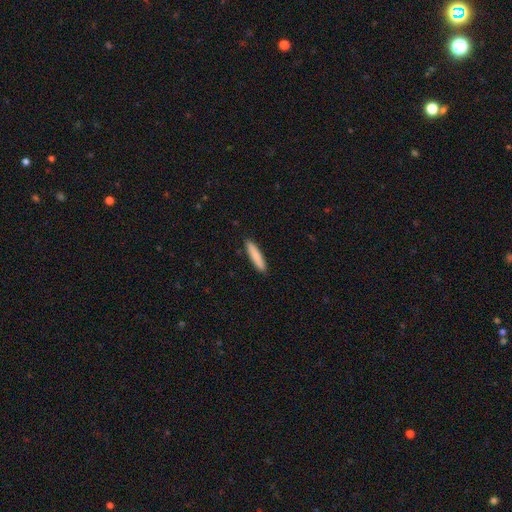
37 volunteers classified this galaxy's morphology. Q: Smooth or featured?
A: smooth (84%); runner-up: featured or disk (14%)
Q: How rounded?
A: cigar-shaped (87%); runner-up: in between (10%)
Q: Merging?
A: none (94%); runner-up: minor disturbance (3%)